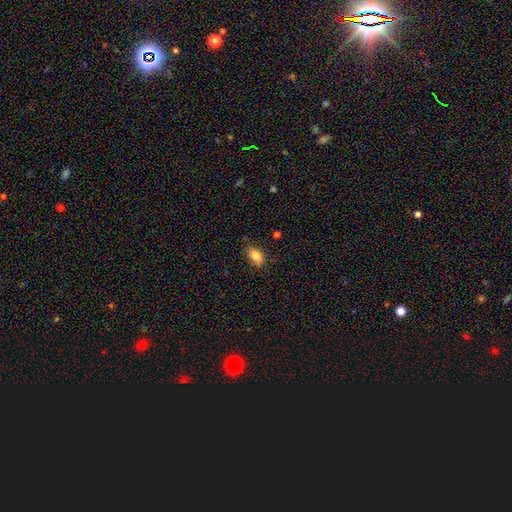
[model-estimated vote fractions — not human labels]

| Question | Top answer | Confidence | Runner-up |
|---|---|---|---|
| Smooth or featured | smooth | 85% | star or artifact (9%) |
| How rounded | in between | 87% | round (10%) |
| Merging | none | 78% | minor disturbance (16%) |